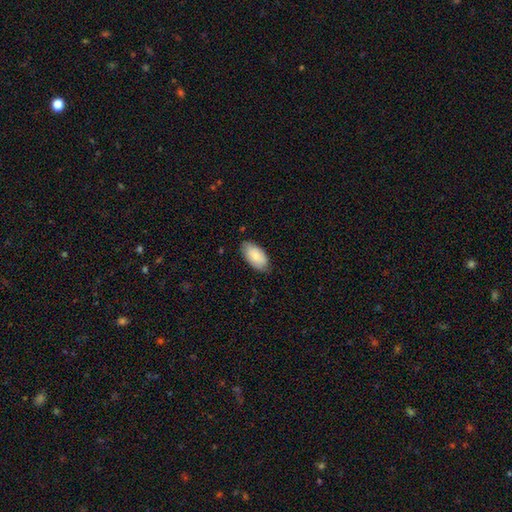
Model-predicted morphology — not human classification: A smooth galaxy with no disk features (85%) that is in between round and cigar-shaped (95%).

Vote fractions:
- Smooth or featured? smooth: 85% / featured or disk: 9% / star or artifact: 5%
- How rounded? in between: 95% / cigar-shaped: 2% / round: 2%
- Merging? none: 79% / minor disturbance: 17% / major disturbance: 3% / merger: 1%